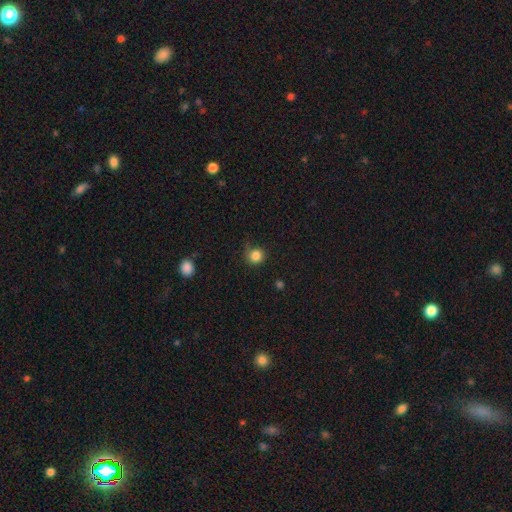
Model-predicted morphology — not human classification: Q: Smooth or featured?
A: smooth (84%); runner-up: star or artifact (11%)
Q: How rounded?
A: round (92%); runner-up: in between (7%)
Q: Merging?
A: none (74%); runner-up: minor disturbance (19%)